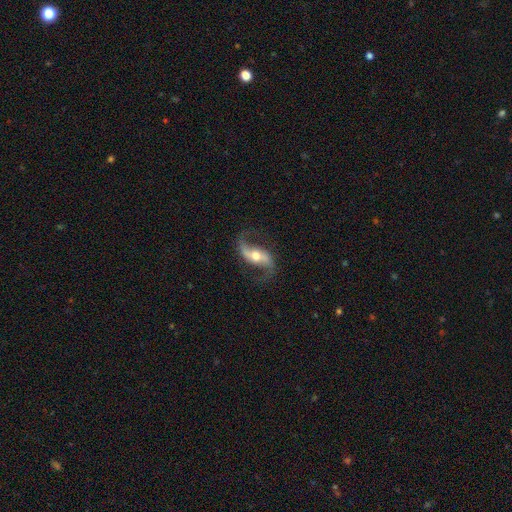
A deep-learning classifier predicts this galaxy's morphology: The model was most divided on "bar": strong: 38%, weak: 32%, no: 30%. More confident: spiral arms — yes (96%); edge-on disk — no (94%); spiral arm count — 2 (93%); smooth or featured — featured or disk (88%); merging — none (79%); spiral winding — loose (74%); bulge size — moderate (70%).